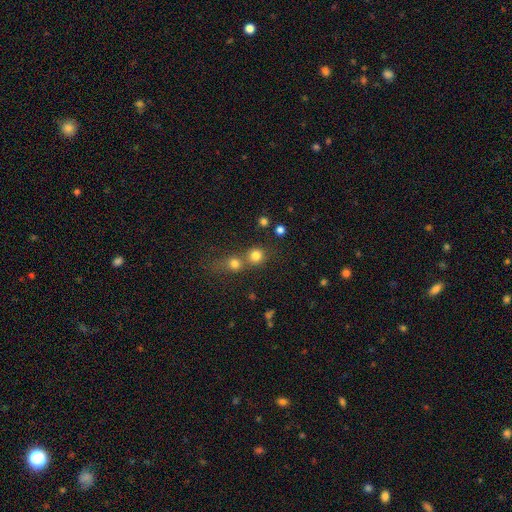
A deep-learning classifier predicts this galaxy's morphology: smooth_or_featured: smooth (p=0.79) [alt: star or artifact p=0.14]
how_rounded: round (p=0.90) [alt: in between p=0.09]
merging: none (p=0.54) [alt: merger p=0.36]